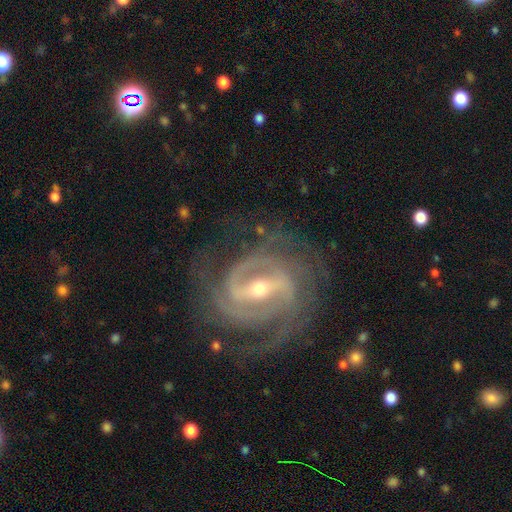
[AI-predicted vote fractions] A featured or disk galaxy (90%) with a strong bar (63%), 2 (47%) tight (61%) spiral arms (97%) and a small central bulge (49%).

Vote fractions:
- Smooth or featured? featured or disk: 90% / star or artifact: 6% / smooth: 4%
- Edge-on disk? no: 96% / yes: 4%
- Bar? strong: 63% / weak: 28% / no: 8%
- Spiral arms? yes: 97% / no: 3%
- Spiral winding? tight: 61% / medium: 33% / loose: 7%
- Spiral arm count? 2: 47% / 3: 19% / can't tell: 14% / 4: 9% / more than 4: 6% / 1: 5%
- Bulge size? small: 49% / moderate: 47% / large: 3% / none: 1% / dominant: 1%
- Merging? none: 76% / minor disturbance: 13% / major disturbance: 9% / merger: 1%